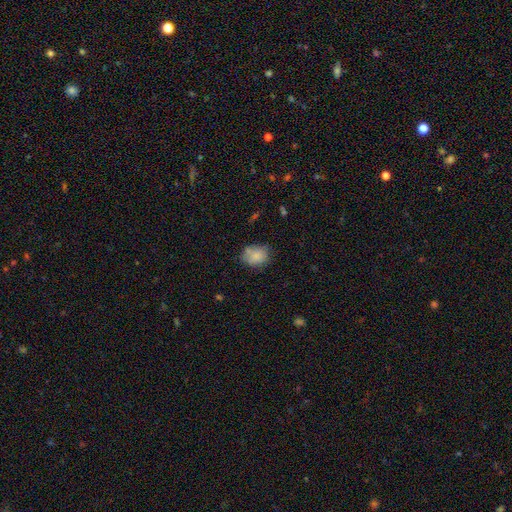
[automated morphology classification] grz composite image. It shows a smooth galaxy with no disk features (81%) that is round (52%). Merging: none (64%).